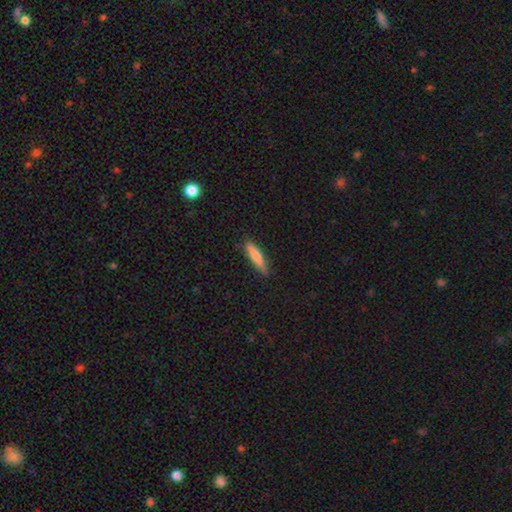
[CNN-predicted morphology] smooth-or-featured: smooth: 74% | featured or disk: 20% | star or artifact: 6%
  how-rounded: cigar-shaped: 83% | in between: 16% | round: 1%
  merging: none: 85% | minor disturbance: 12% | major disturbance: 2% | merger: 1%